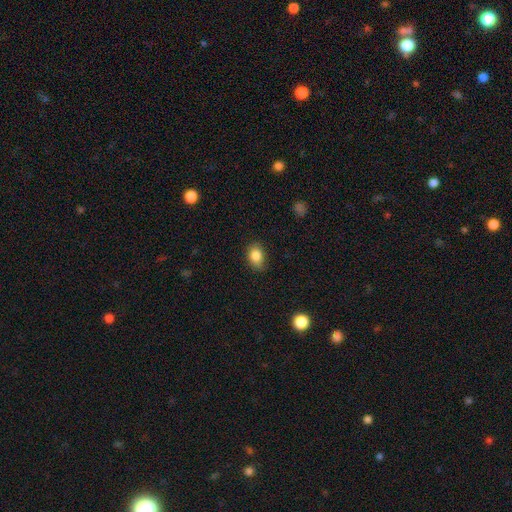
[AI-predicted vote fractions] smooth 84%, star or artifact 9%, featured or disk 6%. Down the decision tree: how rounded — in between (72%); merging — none (80%).